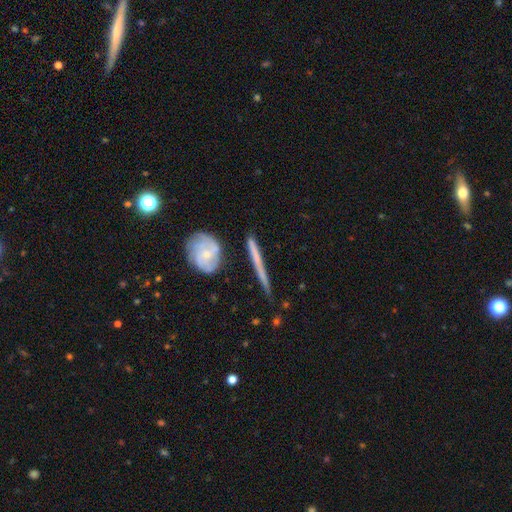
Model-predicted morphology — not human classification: A featured or disk galaxy (58%) viewed edge-on (86%).

Vote fractions:
- Smooth or featured? featured or disk: 58% / smooth: 37% / star or artifact: 6%
- Edge-on disk? yes: 86% / no: 14%
- Merging? none: 78% / minor disturbance: 14% / merger: 5% / major disturbance: 3%